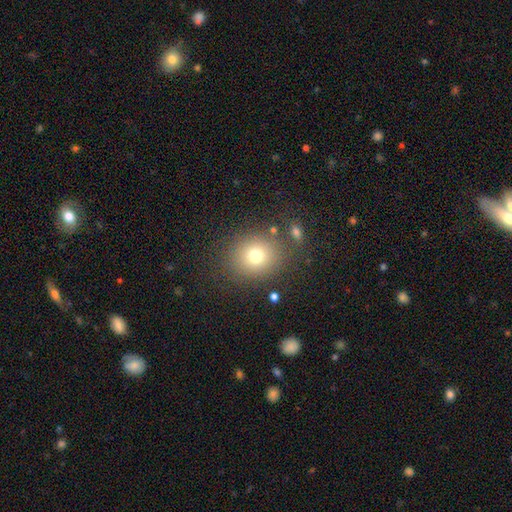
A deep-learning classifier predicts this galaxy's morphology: type=smooth (74%); roundness=round (77%); merging=none (81%).